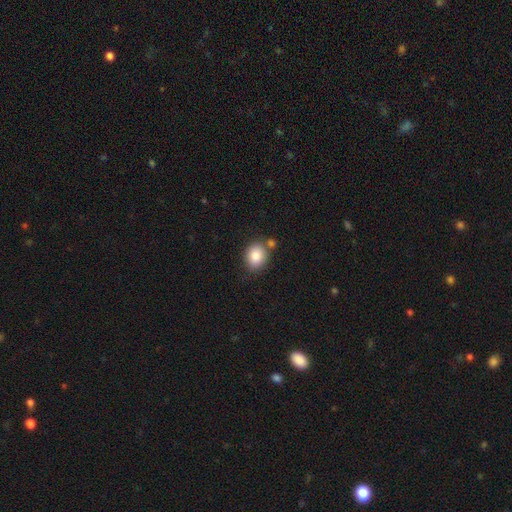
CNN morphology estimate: The model was most divided on "how rounded": round: 52%, in between: 47%, cigar-shaped: 1%. More confident: smooth or featured — smooth (84%); merging — none (69%).